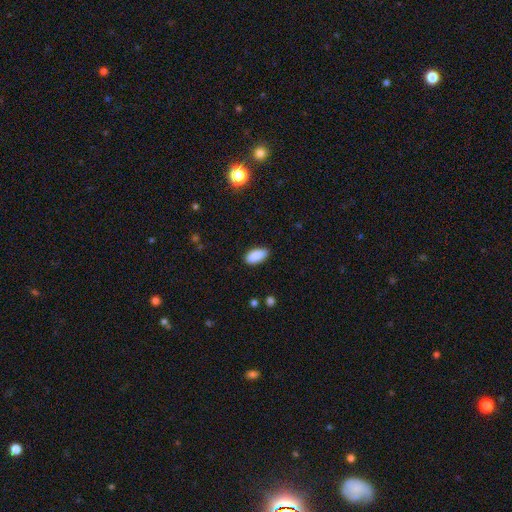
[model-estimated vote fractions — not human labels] Smooth or featured?
  - smooth: 90% *
  - star or artifact: 7%
  - featured or disk: 3%
How rounded?
  - in between: 92% *
  - cigar-shaped: 6%
  - round: 2%
Merging?
  - none: 86% *
  - minor disturbance: 11%
  - major disturbance: 2%
  - merger: 1%